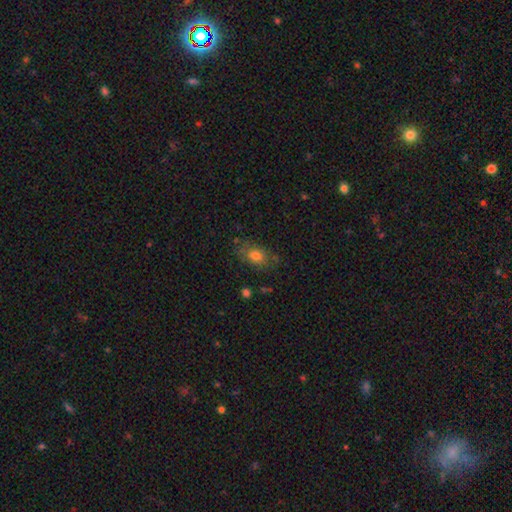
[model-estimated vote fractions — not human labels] A smooth galaxy with no disk features (75%) that is in between round and cigar-shaped (73%). Merging: none (70%).